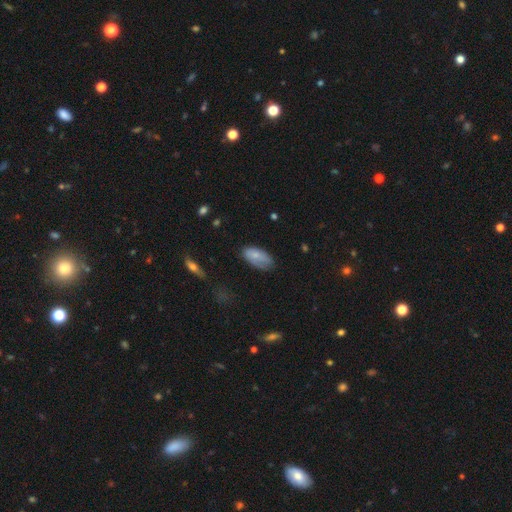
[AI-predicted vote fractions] Overall: smooth (72%). How rounded: in between (93%). Merging: none (61%; minor disturbance 29%).